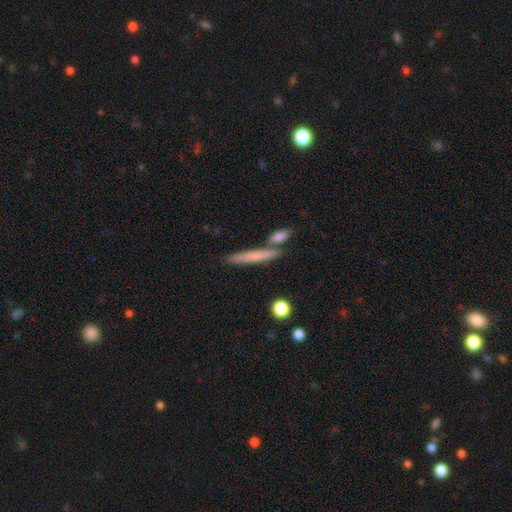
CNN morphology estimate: Smooth or featured? Predicted: smooth (p=0.65). How rounded? Predicted: cigar-shaped (p=0.92). Merging? Predicted: none (p=0.73).